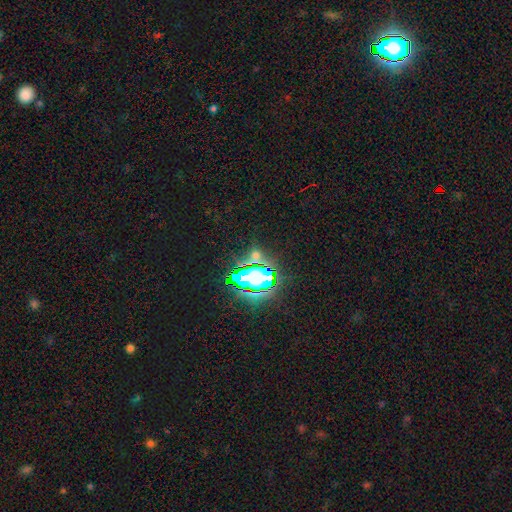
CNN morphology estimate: This is likely a star or artifact rather than a galaxy (66%).